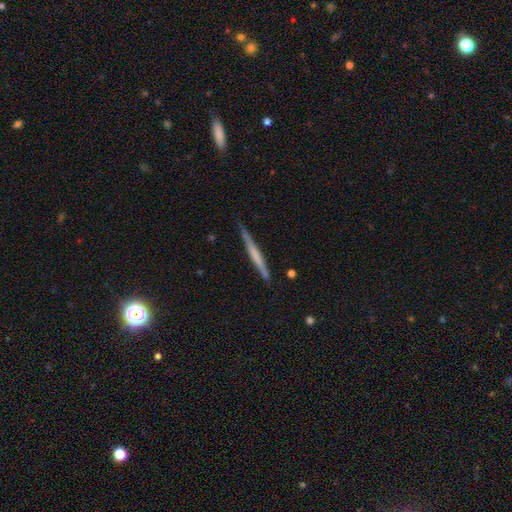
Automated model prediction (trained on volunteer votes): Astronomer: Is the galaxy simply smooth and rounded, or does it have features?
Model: featured or disk — 53% (runner-up: smooth, 41%).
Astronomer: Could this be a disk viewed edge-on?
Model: yes — 98%.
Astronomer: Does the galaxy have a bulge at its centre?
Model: none — 73%.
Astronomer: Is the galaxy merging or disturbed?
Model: none — 87%.